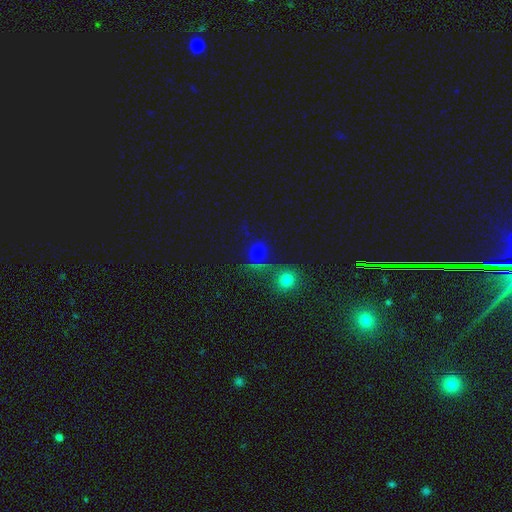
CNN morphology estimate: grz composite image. It shows a smooth galaxy with no disk features (58%) that is round (86%). Merging: none (68%).